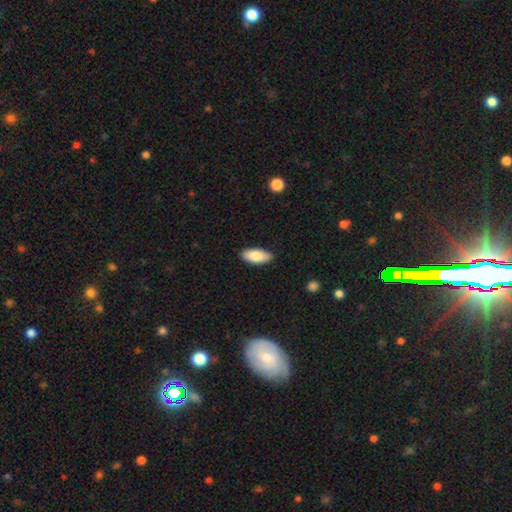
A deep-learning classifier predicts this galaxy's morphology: smooth_or_featured: smooth (p=0.85) [alt: featured or disk p=0.09]
how_rounded: in between (p=0.89) [alt: cigar-shaped p=0.09]
merging: none (p=0.88) [alt: minor disturbance p=0.09]